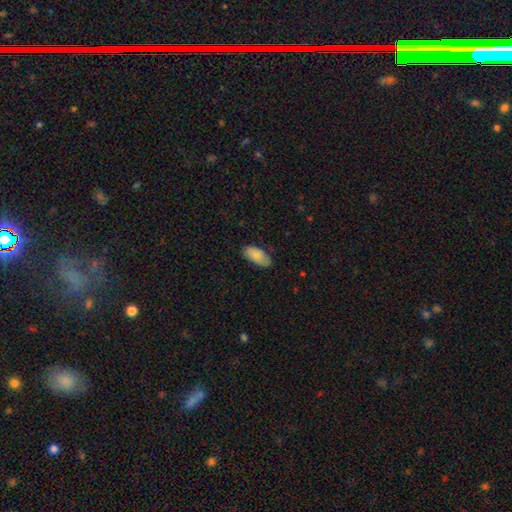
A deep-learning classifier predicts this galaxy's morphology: Smooth or featured: smooth — 87% (featured or disk — 7%)
How rounded: in between — 93% (cigar-shaped — 5%)
Merging: none — 80% (minor disturbance — 16%)